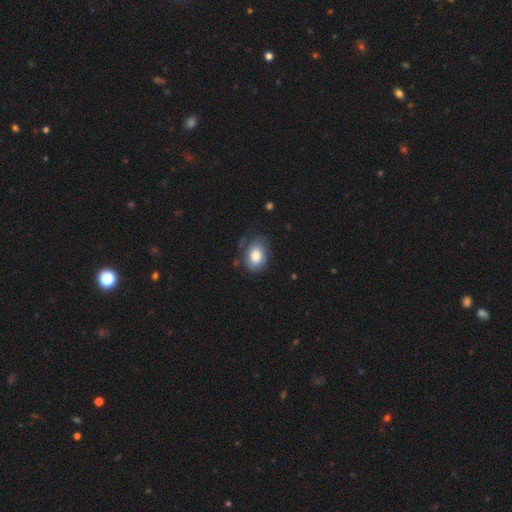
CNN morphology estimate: A smooth galaxy with no disk features (73%) that is in between round and cigar-shaped (69%).

Vote fractions:
- Smooth or featured? smooth: 73% / featured or disk: 20% / star or artifact: 7%
- How rounded? in between: 69% / round: 30% / cigar-shaped: 1%
- Merging? none: 61% / minor disturbance: 26% / major disturbance: 11% / merger: 2%